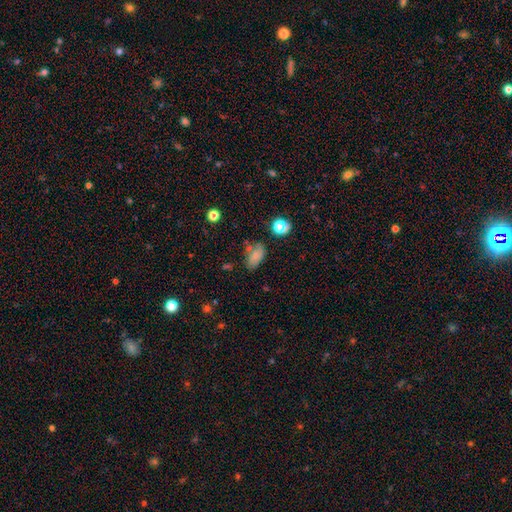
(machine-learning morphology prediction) Smooth or featured? smooth (71%)
How rounded? in between (87%)
Merging? none (58%)